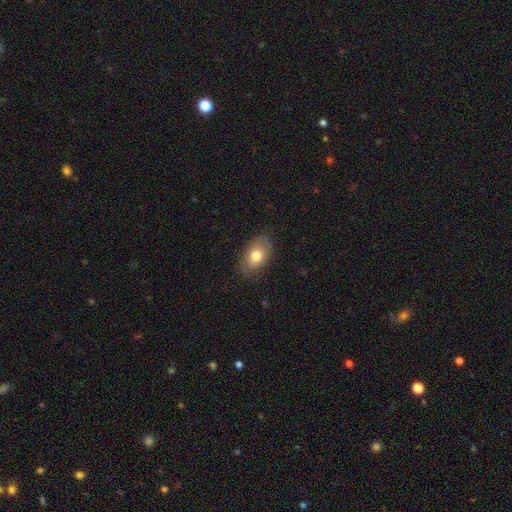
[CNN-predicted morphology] This appears to be a smooth galaxy with no disk features (74%) that is in between round and cigar-shaped (89%). Merging: none (79%).